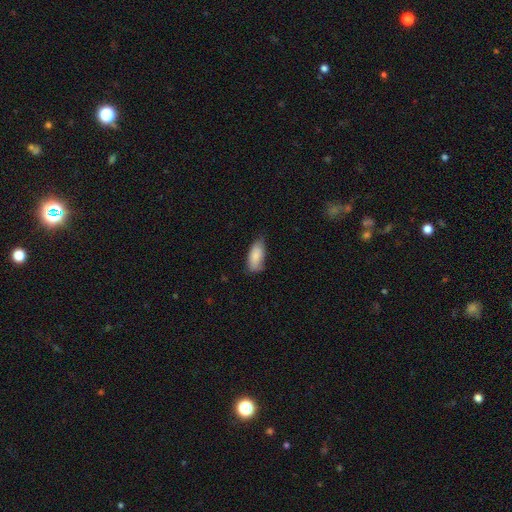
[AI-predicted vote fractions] smooth 84%, featured or disk 10%, star or artifact 6%. Down the decision tree: how rounded — in between (88%); merging — none (63%).